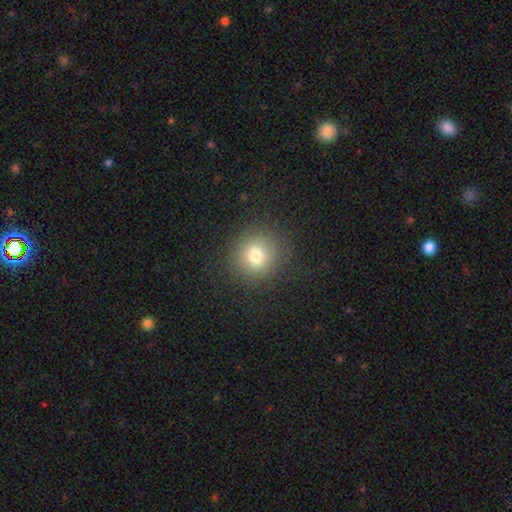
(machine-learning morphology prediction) Smooth or featured? Predicted: smooth (p=0.77). How rounded? Predicted: round (p=0.92). Merging? Predicted: none (p=0.89).